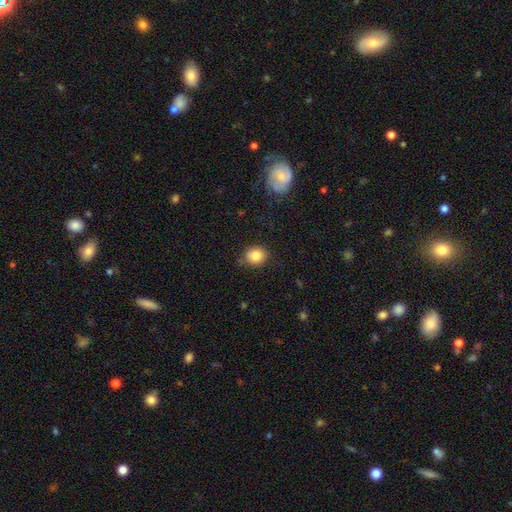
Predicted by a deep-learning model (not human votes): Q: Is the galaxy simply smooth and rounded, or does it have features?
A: smooth — 84%.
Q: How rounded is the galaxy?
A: round — 71%.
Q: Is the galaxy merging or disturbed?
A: none — 80%.